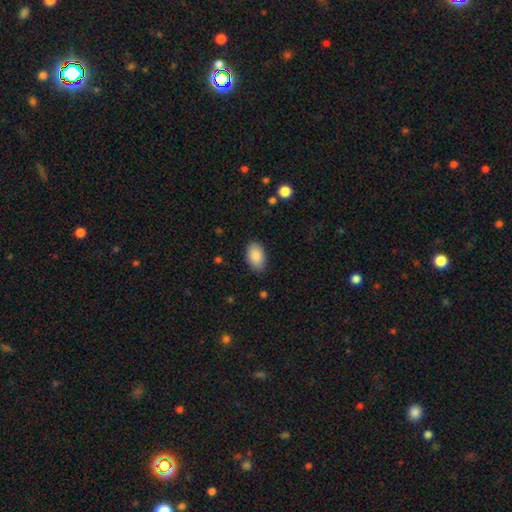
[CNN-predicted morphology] smooth 89%, star or artifact 7%, featured or disk 4%. Down the decision tree: how rounded — in between (92%); merging — none (84%).